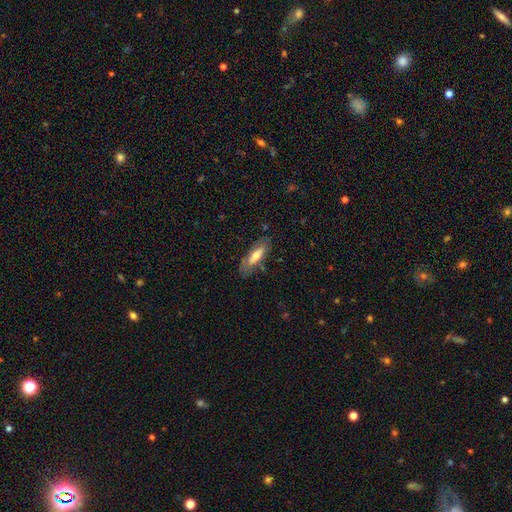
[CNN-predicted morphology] Smooth or featured? smooth (54%)
How rounded? in between (55%)
Merging? none (76%)